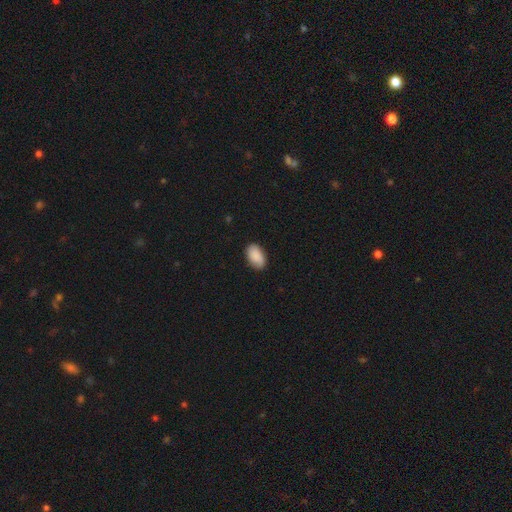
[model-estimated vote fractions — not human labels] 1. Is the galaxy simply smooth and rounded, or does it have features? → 89% smooth, 6% star or artifact, 5% featured or disk.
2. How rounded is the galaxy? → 94% in between, 5% round, 1% cigar-shaped.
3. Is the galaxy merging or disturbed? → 83% none, 13% minor disturbance, 2% major disturbance, 1% merger.